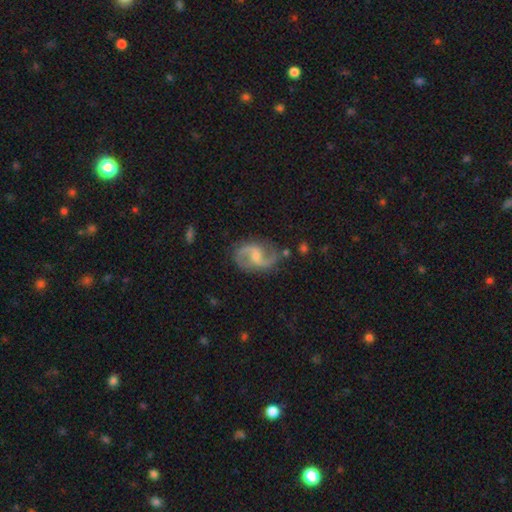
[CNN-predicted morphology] Smooth or featured? featured or disk (90%)
Edge-on disk? no (98%)
Bar? weak (53%)
Spiral arms? yes (97%)
Spiral winding? medium (47%)
Spiral arm count? 2 (94%)
Bulge size? small (48%)
Merging? none (80%)